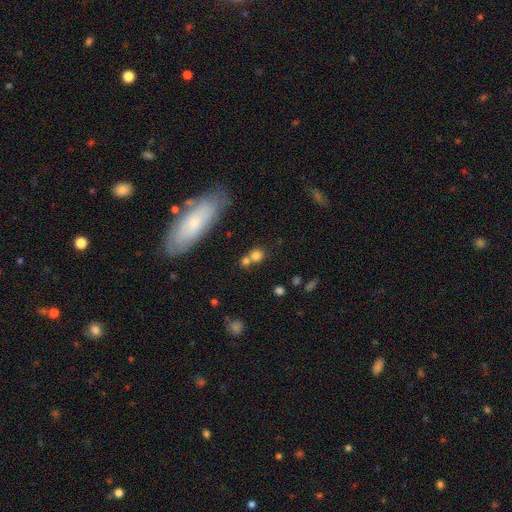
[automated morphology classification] Smooth or featured? Predicted: smooth (p=0.75). How rounded? Predicted: round (p=0.82). Merging? Predicted: none (p=0.53).